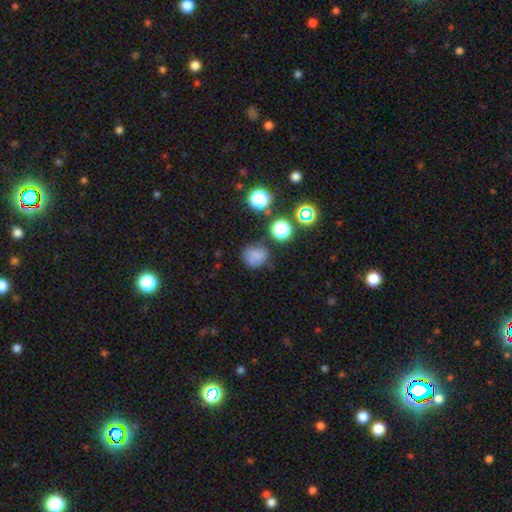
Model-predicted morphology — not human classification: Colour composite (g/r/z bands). It shows a smooth galaxy with no disk features (72%) that is round (80%). Merging: none (68%).